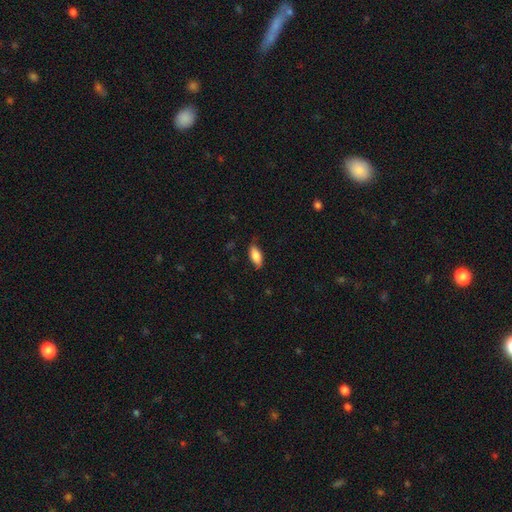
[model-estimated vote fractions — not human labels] smooth_or_featured: smooth (p=0.84) [alt: featured or disk p=0.10]
how_rounded: in between (p=0.87) [alt: cigar-shaped p=0.11]
merging: none (p=0.76) [alt: minor disturbance p=0.19]